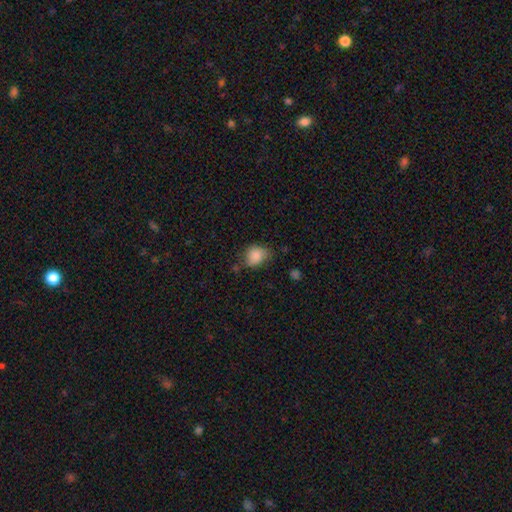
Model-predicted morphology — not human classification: Smooth or featured?
  - smooth: 85% *
  - star or artifact: 9%
  - featured or disk: 6%
How rounded?
  - in between: 53% *
  - round: 46%
  - cigar-shaped: 1%
Merging?
  - none: 54% *
  - minor disturbance: 33%
  - major disturbance: 9%
  - merger: 4%